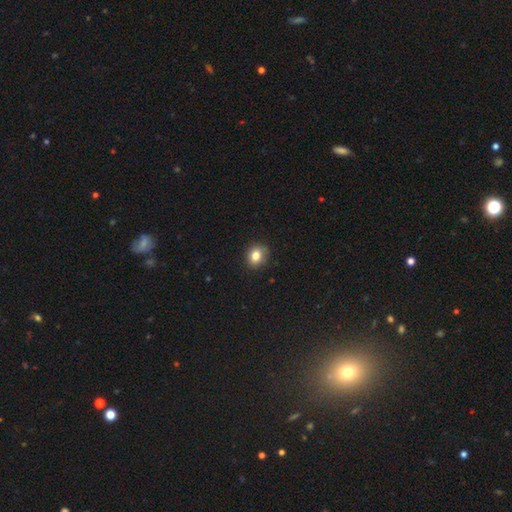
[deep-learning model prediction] Q: Smooth or featured?
A: smooth (81%); runner-up: star or artifact (11%)
Q: How rounded?
A: round (66%); runner-up: in between (33%)
Q: Merging?
A: none (86%); runner-up: minor disturbance (11%)